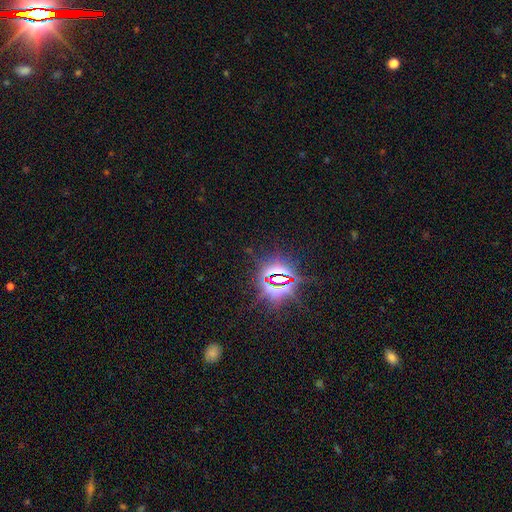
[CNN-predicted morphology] Smooth or featured? Predicted: star or artifact (p=0.83).